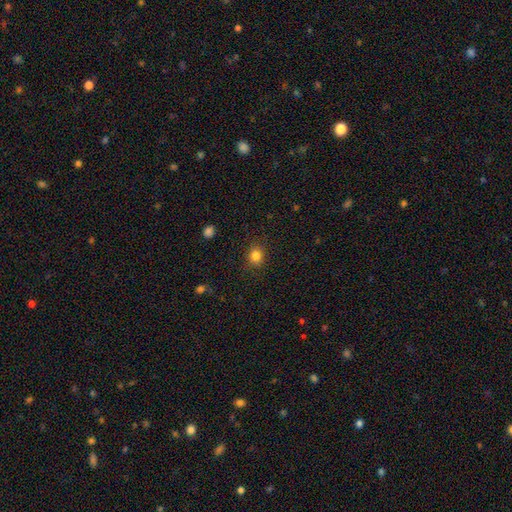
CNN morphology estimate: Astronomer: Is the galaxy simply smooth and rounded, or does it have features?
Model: smooth — 84%.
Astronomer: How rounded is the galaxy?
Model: round — 73%.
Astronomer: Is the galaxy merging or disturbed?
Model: none — 87%.